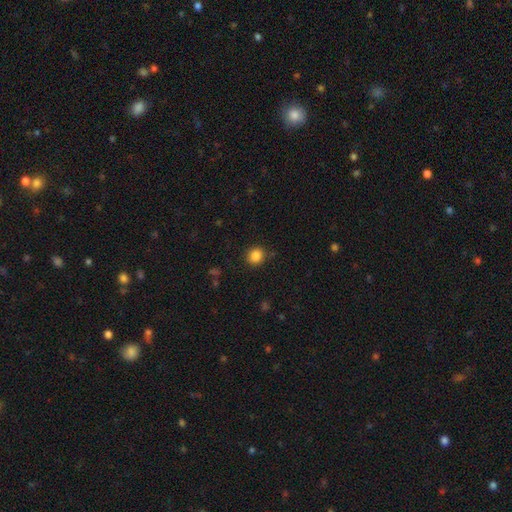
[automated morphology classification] smooth-or-featured: smooth: 86% | star or artifact: 11% | featured or disk: 3%
  how-rounded: round: 83% | in between: 16% | cigar-shaped: 1%
  merging: none: 88% | minor disturbance: 8% | major disturbance: 3% | merger: 2%